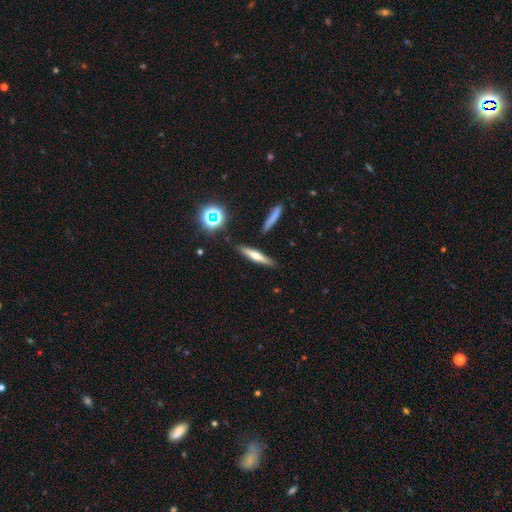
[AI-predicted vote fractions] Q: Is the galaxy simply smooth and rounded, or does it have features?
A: smooth — 45%, tied with featured or disk.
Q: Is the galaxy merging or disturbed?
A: none — 85%.